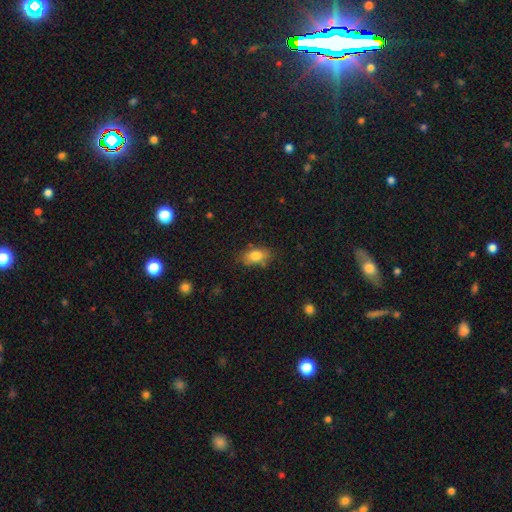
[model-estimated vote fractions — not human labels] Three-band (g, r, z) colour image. It shows a smooth galaxy with no disk features (81%) that is in between round and cigar-shaped (87%). Merging: none (75%).